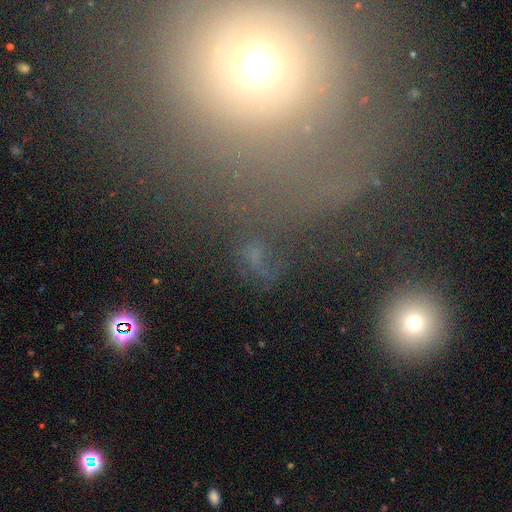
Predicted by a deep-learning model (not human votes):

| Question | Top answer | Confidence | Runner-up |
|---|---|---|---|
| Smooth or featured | star or artifact | 49% | smooth (27%) |